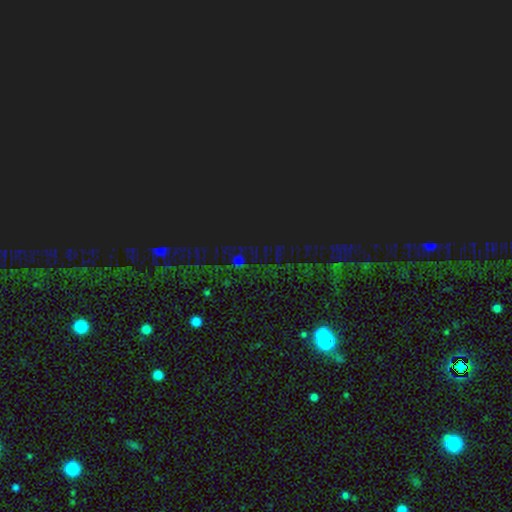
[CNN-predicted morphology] This appears to be a star or artifact, not a galaxy (73%).